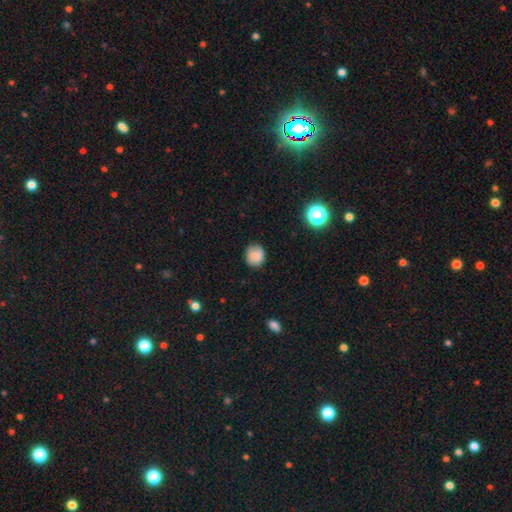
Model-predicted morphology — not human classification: The model was most divided on "how rounded": round: 74%, in between: 25%, cigar-shaped: 1%. More confident: smooth or featured — smooth (78%); merging — none (76%).